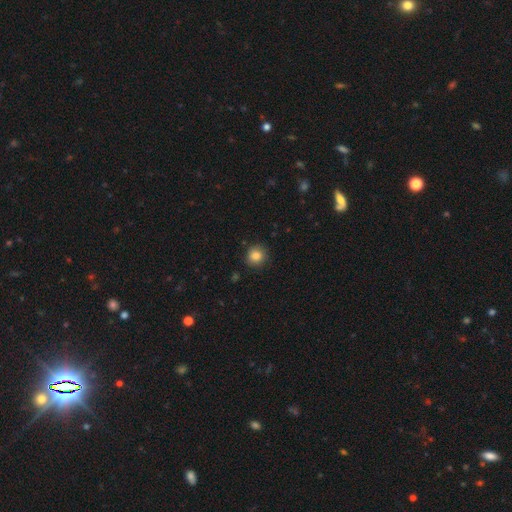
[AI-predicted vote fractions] Smooth or featured? smooth (85%)
How rounded? round (89%)
Merging? none (87%)